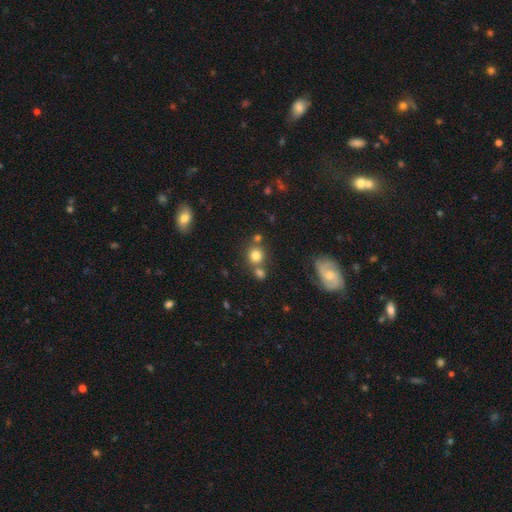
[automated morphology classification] This is likely a smooth galaxy (79%). How rounded: clearly round (85%). Merging: likely none (63%).